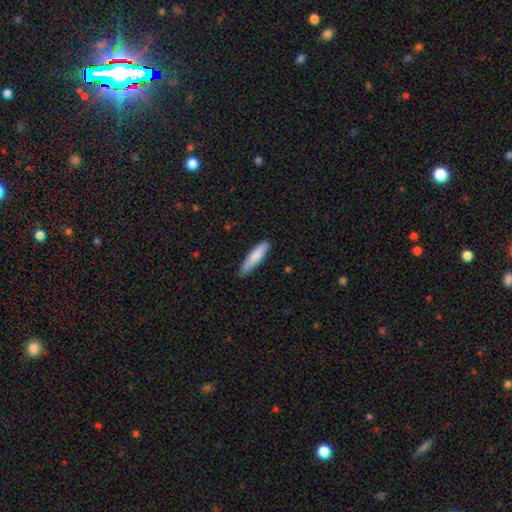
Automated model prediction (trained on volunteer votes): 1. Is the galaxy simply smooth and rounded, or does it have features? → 81% smooth, 13% featured or disk, 5% star or artifact.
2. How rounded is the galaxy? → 79% cigar-shaped, 20% in between, 1% round.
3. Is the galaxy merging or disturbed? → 81% none, 16% minor disturbance, 2% major disturbance, 1% merger.